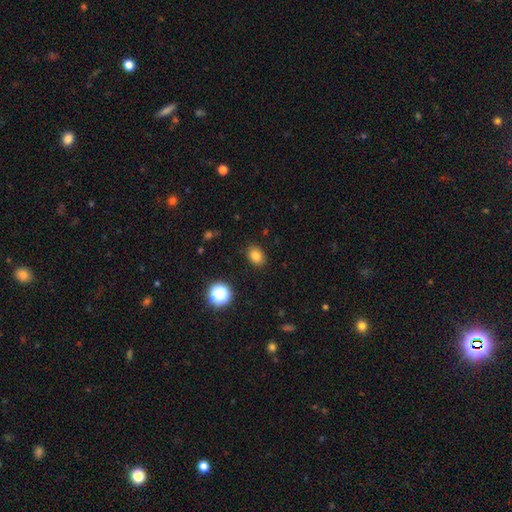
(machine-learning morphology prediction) The model was most divided on "how rounded": in between: 70%, round: 29%, cigar-shaped: 1%. More confident: merging — none (87%); smooth or featured — smooth (81%).